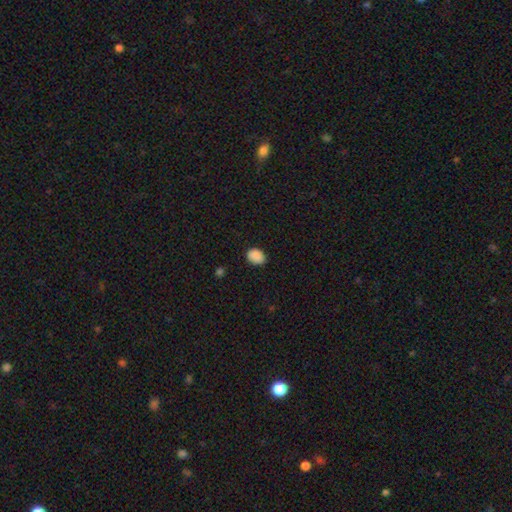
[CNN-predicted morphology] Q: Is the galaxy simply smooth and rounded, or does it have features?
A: smooth — 89%.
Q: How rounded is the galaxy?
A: in between — 66%.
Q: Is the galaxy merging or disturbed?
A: none — 83%.